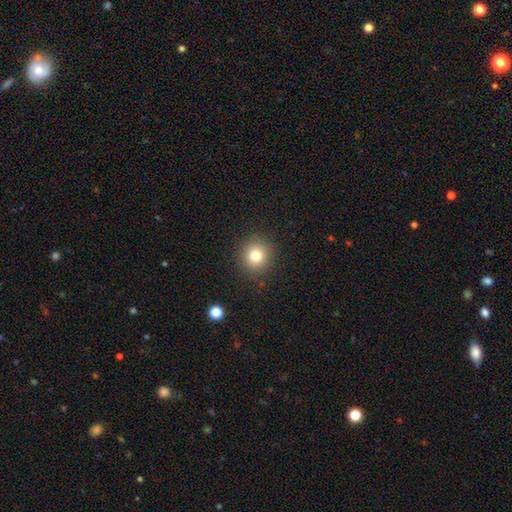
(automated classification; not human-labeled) A smooth galaxy with no disk features (79%) that is round (91%).

Vote fractions:
- Smooth or featured? smooth: 79% / star or artifact: 13% / featured or disk: 9%
- How rounded? round: 91% / in between: 8% / cigar-shaped: 1%
- Merging? none: 88% / minor disturbance: 7% / major disturbance: 3% / merger: 1%